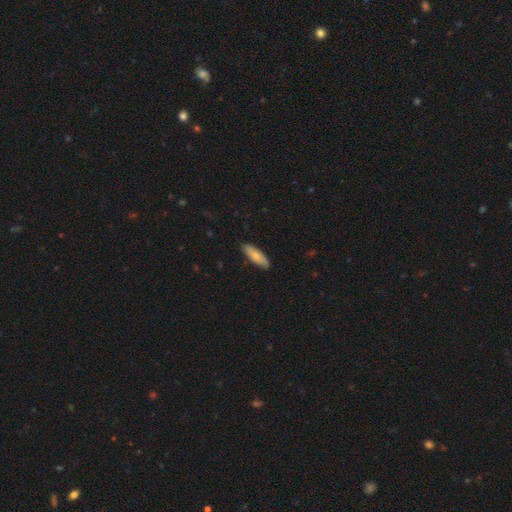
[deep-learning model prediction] Smooth or featured: smooth — 79% (featured or disk — 16%)
How rounded: cigar-shaped — 50% (in between — 49%)
Merging: none — 88% (minor disturbance — 9%)